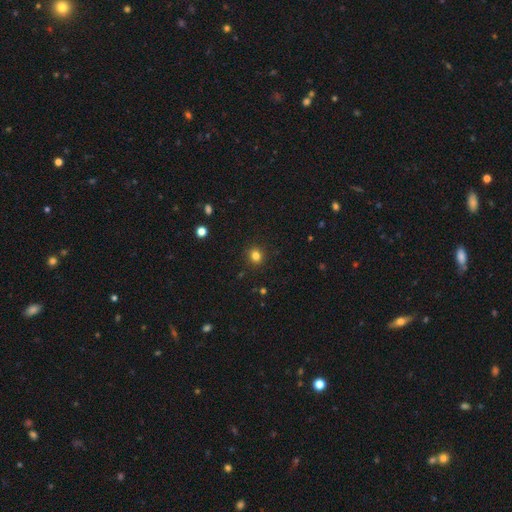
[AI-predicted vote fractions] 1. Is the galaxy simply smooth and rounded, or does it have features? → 82% smooth, 13% star or artifact, 5% featured or disk.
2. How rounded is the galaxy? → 77% round, 22% in between, 1% cigar-shaped.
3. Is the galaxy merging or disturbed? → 91% none, 6% minor disturbance, 2% major disturbance, 1% merger.